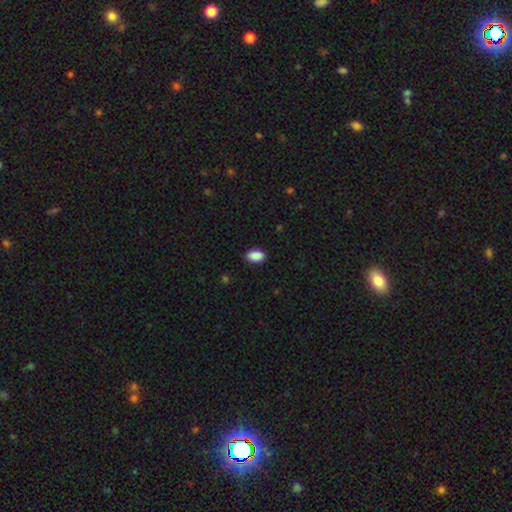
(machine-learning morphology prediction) Smooth or featured?
  - smooth: 90% *
  - star or artifact: 8%
  - featured or disk: 3%
How rounded?
  - in between: 90% *
  - round: 8%
  - cigar-shaped: 2%
Merging?
  - none: 88% *
  - minor disturbance: 9%
  - major disturbance: 2%
  - merger: 1%